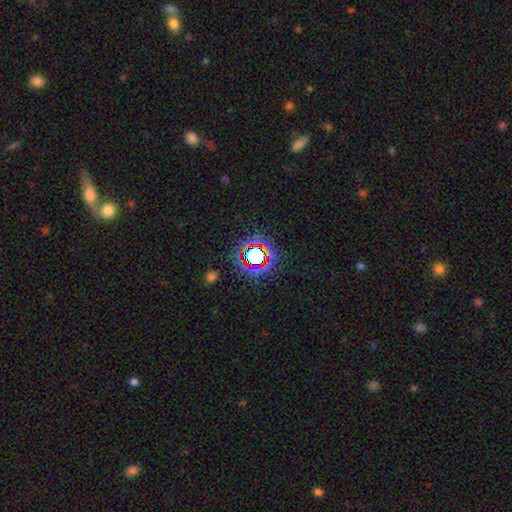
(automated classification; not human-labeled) smooth_or_featured: star or artifact (p=0.68) [alt: smooth p=0.21]